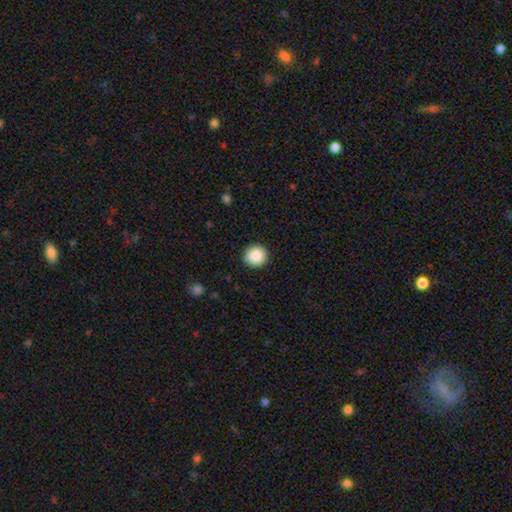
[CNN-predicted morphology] Overall: smooth (88%). How rounded: round (92%). Merging: none (91%).